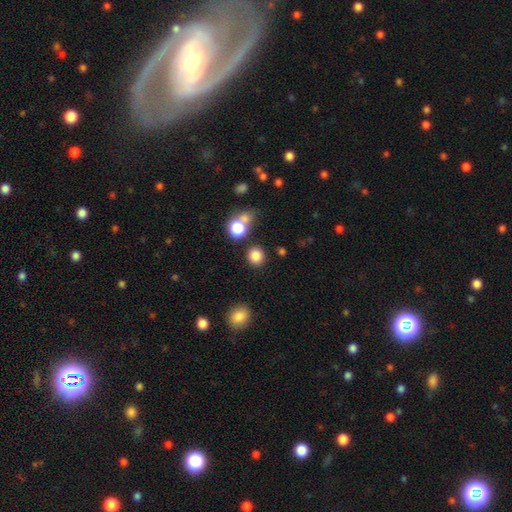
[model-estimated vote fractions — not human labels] Overall: smooth (83%). How rounded: round (88%). Merging: none (82%).